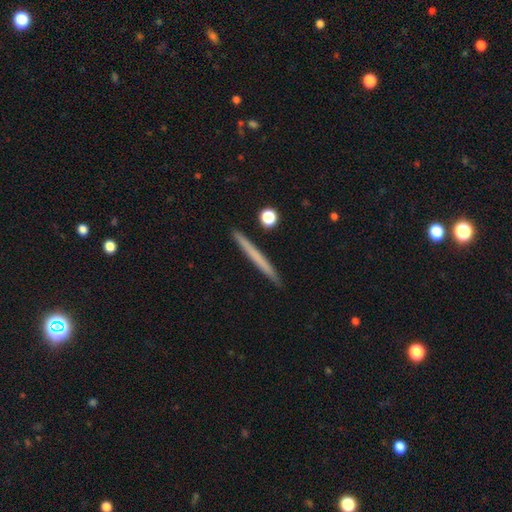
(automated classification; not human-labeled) The model was most divided on "smooth or featured": smooth: 58%, featured or disk: 36%, star or artifact: 6%. More confident: how rounded — cigar-shaped (97%); merging — none (91%).